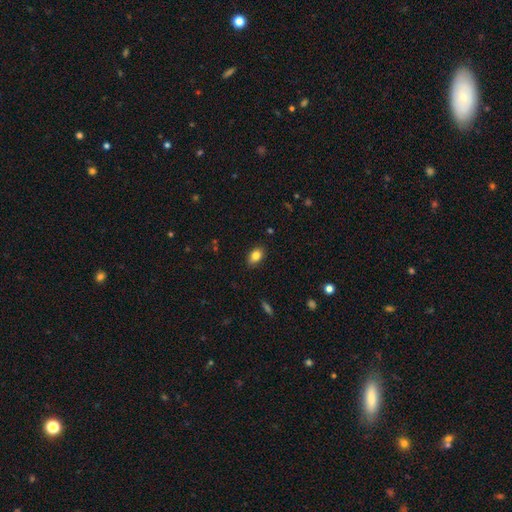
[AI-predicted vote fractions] smooth 82%, star or artifact 9%, featured or disk 9%. Down the decision tree: how rounded — in between (83%); merging — none (86%).